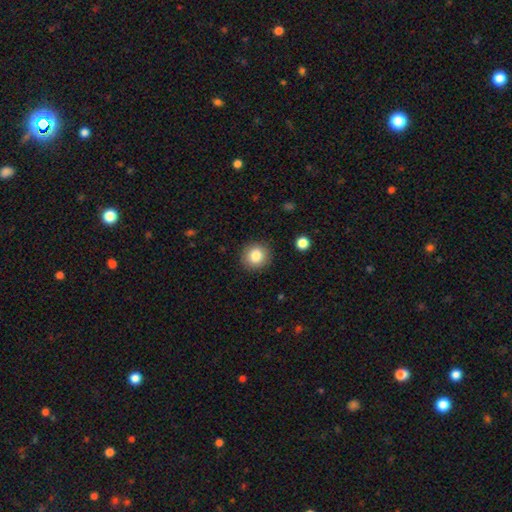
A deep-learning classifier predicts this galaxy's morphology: A smooth galaxy with no disk features (83%) that is round (90%). Merging: none (90%).